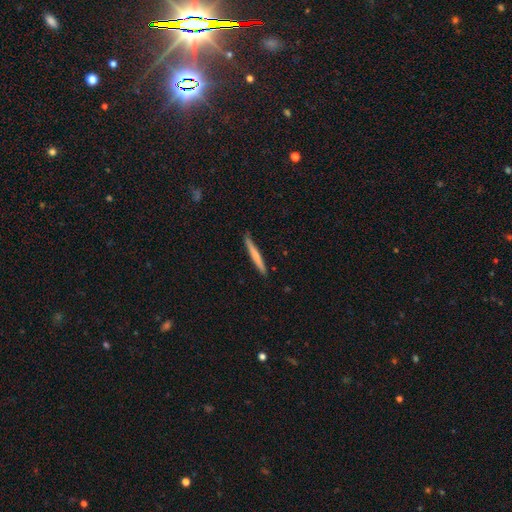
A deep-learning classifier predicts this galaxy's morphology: The model was most divided on "smooth or featured": smooth: 64%, featured or disk: 31%, star or artifact: 5%. More confident: how rounded — cigar-shaped (97%); merging — none (90%).